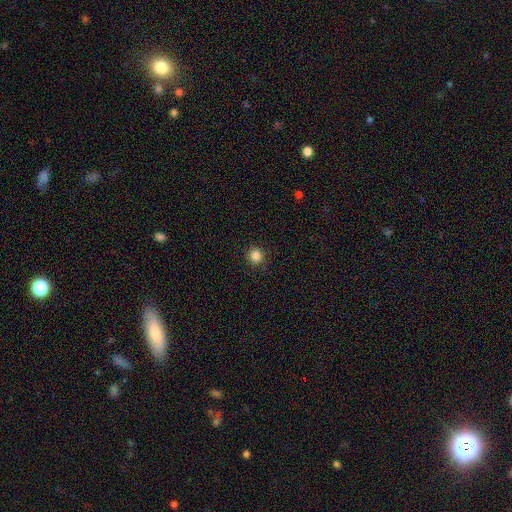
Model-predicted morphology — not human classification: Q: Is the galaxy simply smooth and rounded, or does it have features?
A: smooth — 85%.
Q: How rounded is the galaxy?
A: round — 93%.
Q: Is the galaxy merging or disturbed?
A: none — 91%.